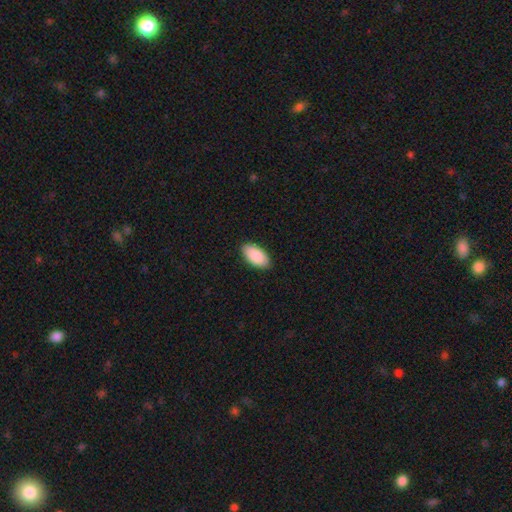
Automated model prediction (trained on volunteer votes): smooth_or_featured: smooth (p=0.91) [alt: star or artifact p=0.05]
how_rounded: in between (p=0.95) [alt: cigar-shaped p=0.03]
merging: none (p=0.89) [alt: minor disturbance p=0.09]